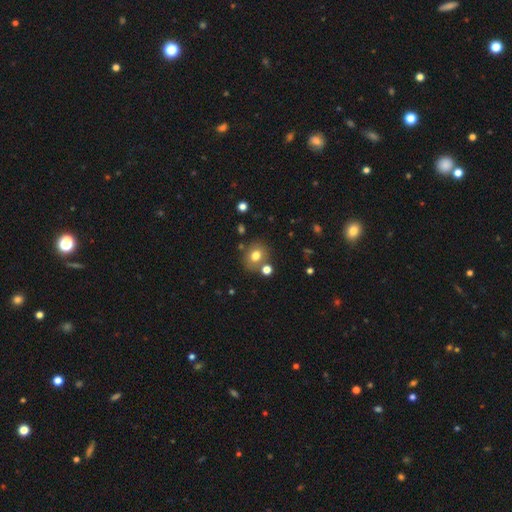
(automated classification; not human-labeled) This appears to be a smooth galaxy with no disk features (75%) that is round (73%). Merging: none (74%).